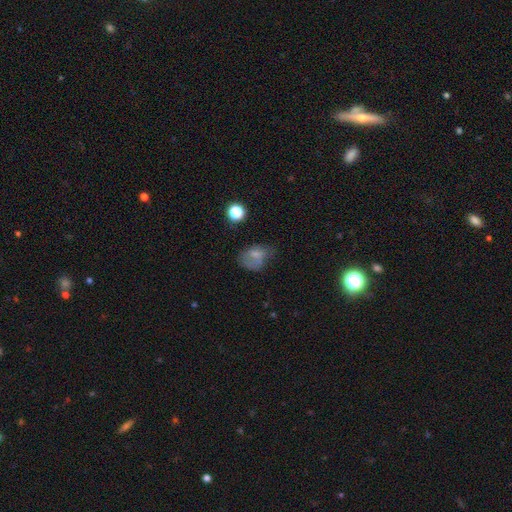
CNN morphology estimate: A smooth galaxy with no disk features (61%) that is in between round and cigar-shaped (63%). Merging: none (36%).